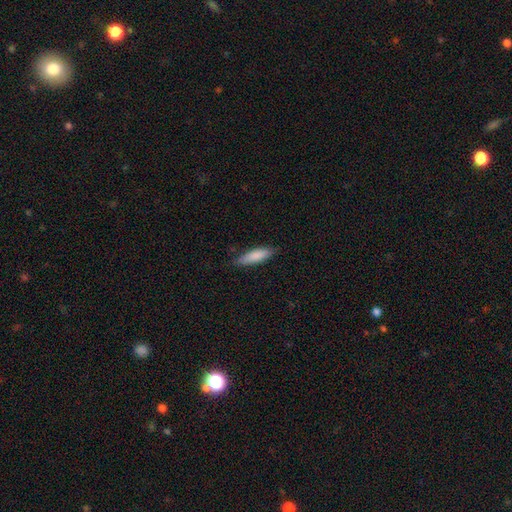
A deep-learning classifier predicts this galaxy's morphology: Smooth or featured? smooth (84%)
How rounded? cigar-shaped (63%)
Merging? none (82%)